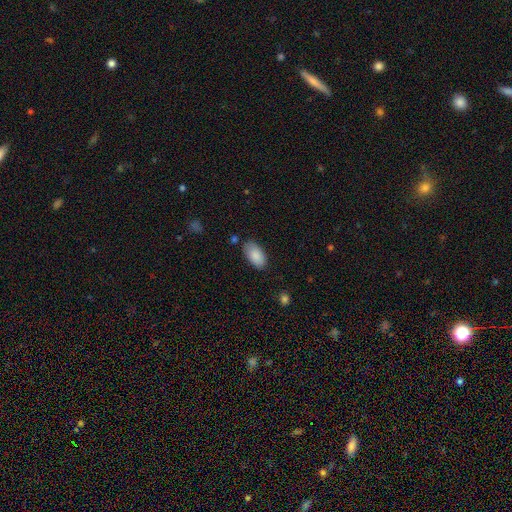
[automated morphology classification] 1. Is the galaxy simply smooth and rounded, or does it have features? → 88% smooth, 6% star or artifact, 6% featured or disk.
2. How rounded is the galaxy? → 95% in between, 3% round, 2% cigar-shaped.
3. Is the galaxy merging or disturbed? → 80% none, 15% minor disturbance, 3% major disturbance, 2% merger.